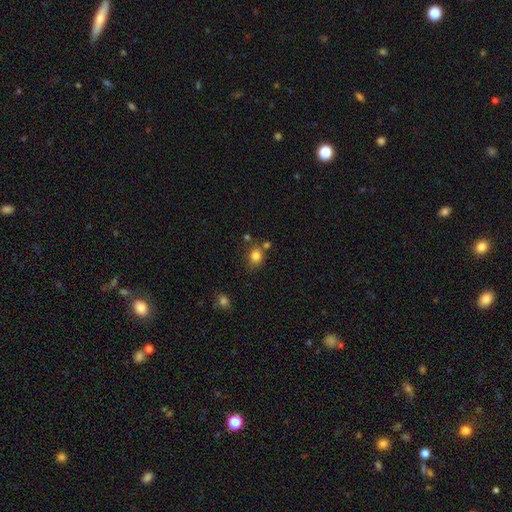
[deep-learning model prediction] smooth 82%, star or artifact 12%, featured or disk 6%. Down the decision tree: how rounded — round (63%); merging — none (67%).